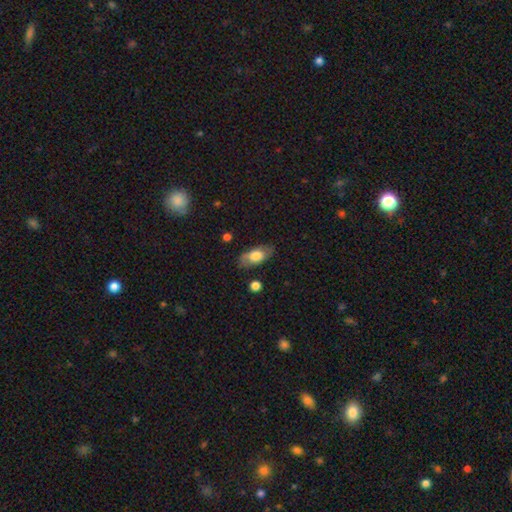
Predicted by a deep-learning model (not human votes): A smooth galaxy with no disk features (70%) that is in between round and cigar-shaped (89%). Merging: none (80%).